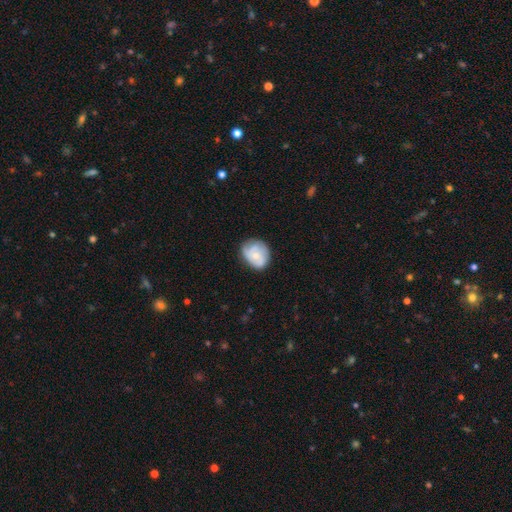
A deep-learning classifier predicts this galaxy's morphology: smooth_or_featured: smooth (p=0.50) [alt: featured or disk p=0.43]
how_rounded: round (p=0.60) [alt: in between p=0.39]
merging: none (p=0.64) [alt: minor disturbance p=0.27]